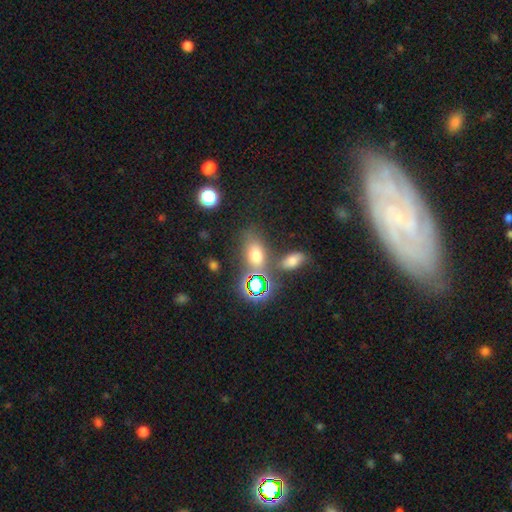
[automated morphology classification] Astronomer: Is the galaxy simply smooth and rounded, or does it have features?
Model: smooth — 62%.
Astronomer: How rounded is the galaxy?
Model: in between — 79%.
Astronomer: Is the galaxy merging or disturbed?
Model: none — 61%.